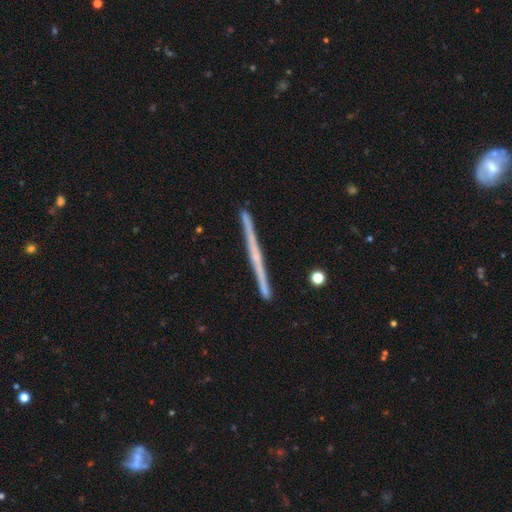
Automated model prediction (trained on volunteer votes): Smooth or featured? featured or disk (68%)
Edge-on disk? yes (98%)
Edge-on bulge? none (70%)
Merging? none (90%)